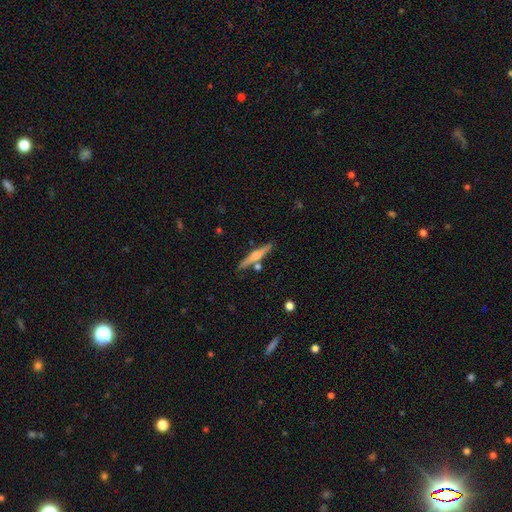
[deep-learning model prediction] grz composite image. It shows a featured or disk galaxy (58%) viewed edge-on (97%) with a rounded central bulge (85%). Merging: none (82%).